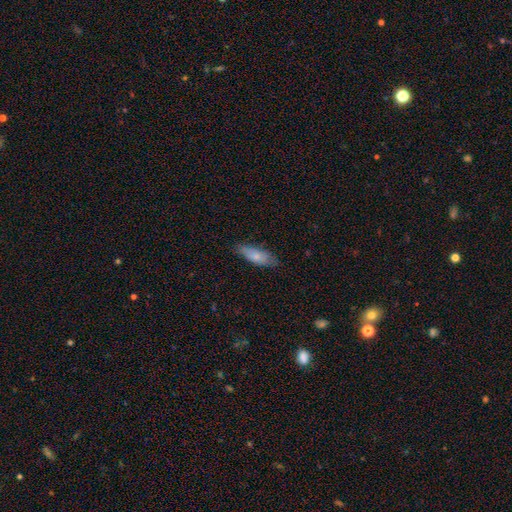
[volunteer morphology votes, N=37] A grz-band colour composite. It shows a smooth galaxy with no disk features (81%) that is in between round and cigar-shaped (87%). Merging: none (71%).